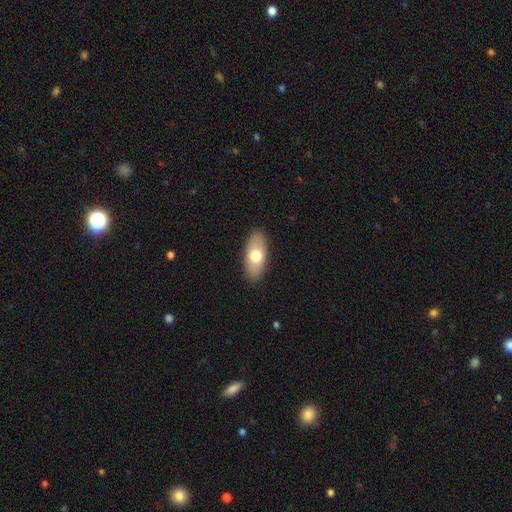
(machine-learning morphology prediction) Smooth or featured? smooth (68%)
How rounded? in between (87%)
Merging? none (89%)